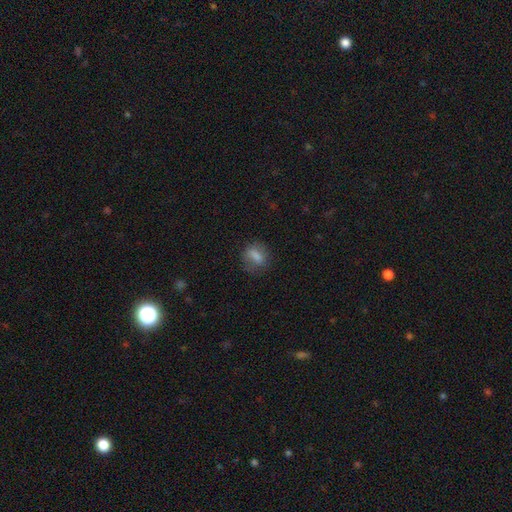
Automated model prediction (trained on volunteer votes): The model was most divided on "how rounded": in between: 55%, round: 36%, cigar-shaped: 9%. More confident: smooth or featured — smooth (74%); merging — none (72%).